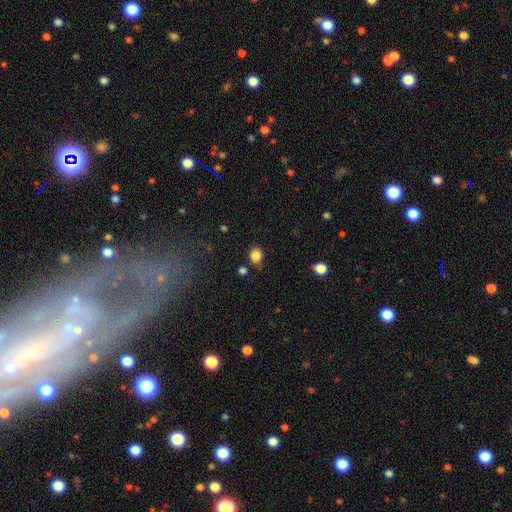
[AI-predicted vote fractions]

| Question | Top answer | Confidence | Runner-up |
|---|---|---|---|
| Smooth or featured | smooth | 85% | star or artifact (11%) |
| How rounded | round | 60% | in between (39%) |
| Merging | none | 76% | minor disturbance (15%) |